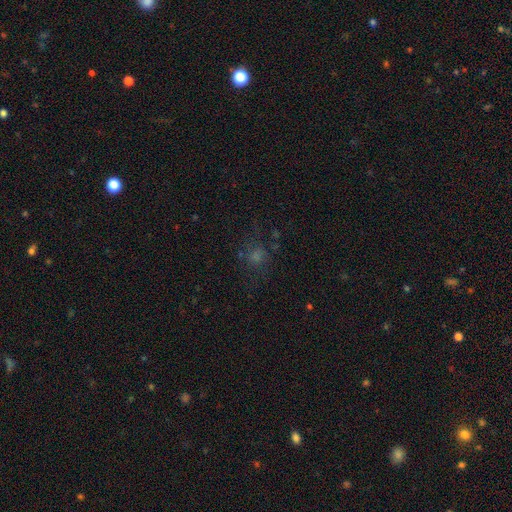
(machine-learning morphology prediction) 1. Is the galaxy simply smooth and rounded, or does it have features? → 44% smooth, 36% star or artifact, 20% featured or disk.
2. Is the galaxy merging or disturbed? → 64% none, 17% minor disturbance, 16% major disturbance, 3% merger.